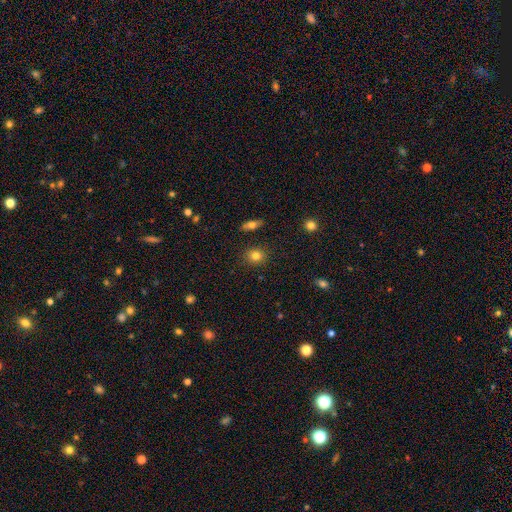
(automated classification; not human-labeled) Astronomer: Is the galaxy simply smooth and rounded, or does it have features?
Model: smooth — 81%.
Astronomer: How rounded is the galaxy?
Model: round — 75%.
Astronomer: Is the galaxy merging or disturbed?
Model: none — 88%.